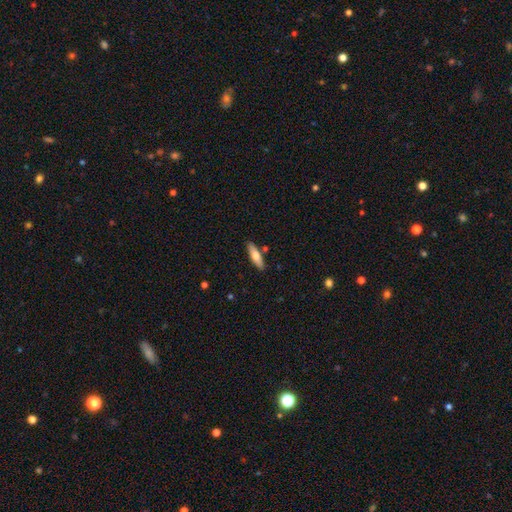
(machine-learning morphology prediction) Smooth or featured? Predicted: smooth (p=0.65). How rounded? Predicted: cigar-shaped (p=0.60). Merging? Predicted: none (p=0.84).